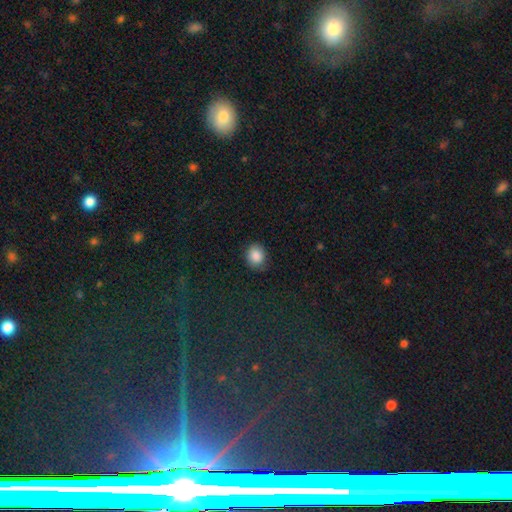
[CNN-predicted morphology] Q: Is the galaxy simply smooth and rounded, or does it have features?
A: smooth — 86%.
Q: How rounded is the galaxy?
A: round — 72%.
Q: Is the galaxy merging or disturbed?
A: none — 81%.